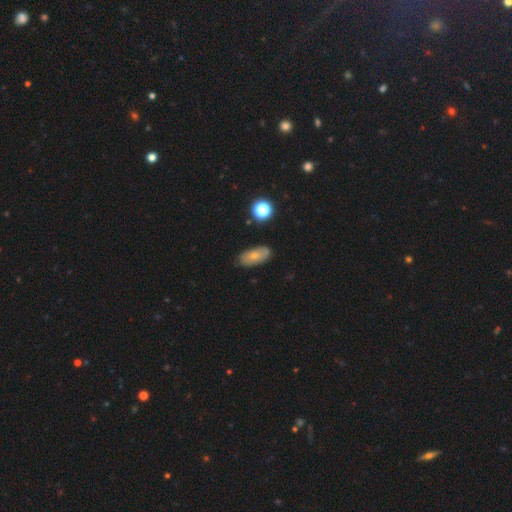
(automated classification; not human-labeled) smooth-or-featured: smooth: 62% | featured or disk: 28% | star or artifact: 9%
  how-rounded: in between: 87% | cigar-shaped: 7% | round: 5%
  merging: none: 76% | minor disturbance: 18% | major disturbance: 4% | merger: 3%